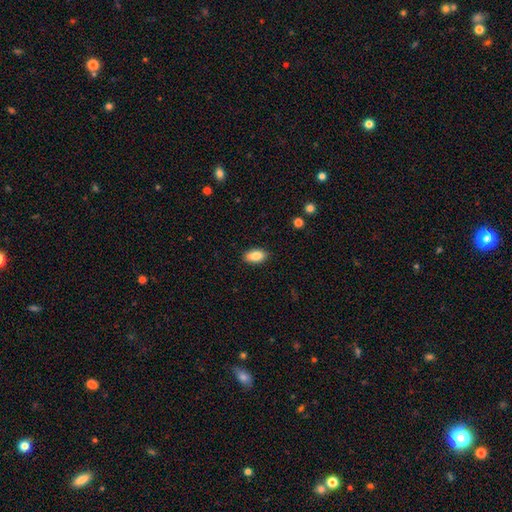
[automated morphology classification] type=smooth (85%); roundness=in between (91%); merging=none (88%).